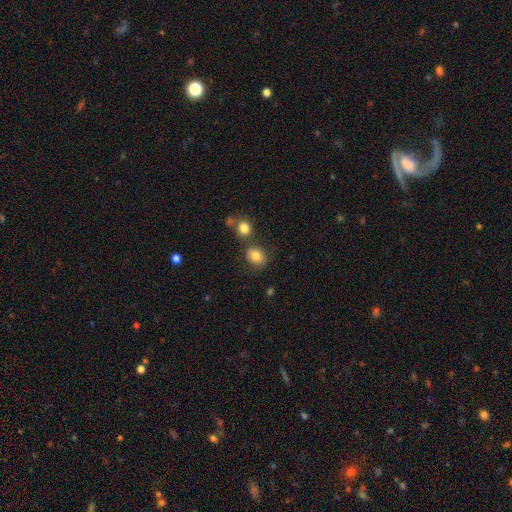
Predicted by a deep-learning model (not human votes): This is clearly a smooth galaxy (82%). How rounded: likely round (61%). Merging: likely none (71%).